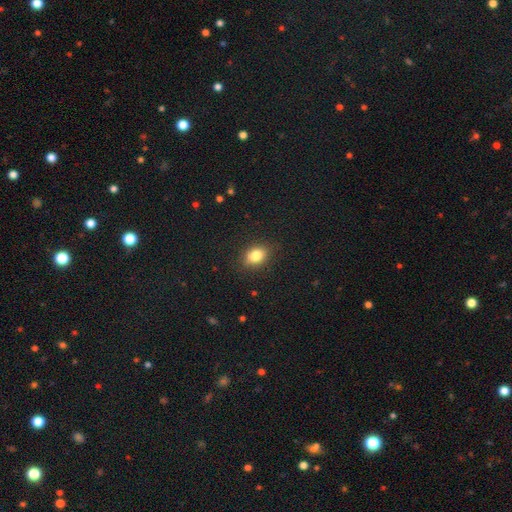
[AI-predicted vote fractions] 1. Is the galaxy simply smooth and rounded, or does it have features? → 82% smooth, 10% star or artifact, 8% featured or disk.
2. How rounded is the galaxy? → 71% in between, 27% round, 2% cigar-shaped.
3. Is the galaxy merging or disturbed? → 87% none, 10% minor disturbance, 3% major disturbance, 1% merger.